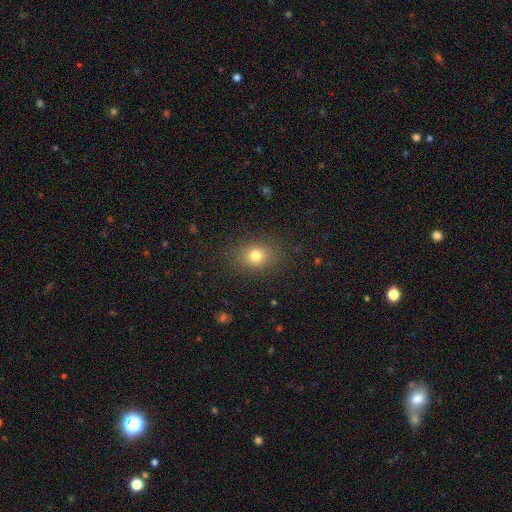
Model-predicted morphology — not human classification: Q: Smooth or featured?
A: smooth (78%); runner-up: star or artifact (14%)
Q: How rounded?
A: round (50%); runner-up: in between (49%)
Q: Merging?
A: none (86%); runner-up: minor disturbance (9%)